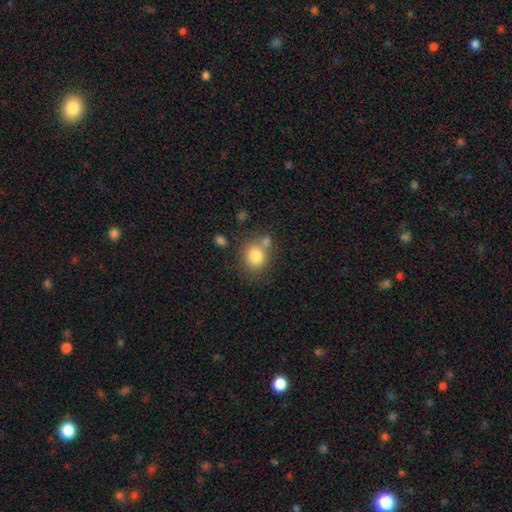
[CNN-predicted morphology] Smooth or featured: smooth — 81% (star or artifact — 10%)
How rounded: round — 69% (in between — 30%)
Merging: none — 58% (merger — 23%)